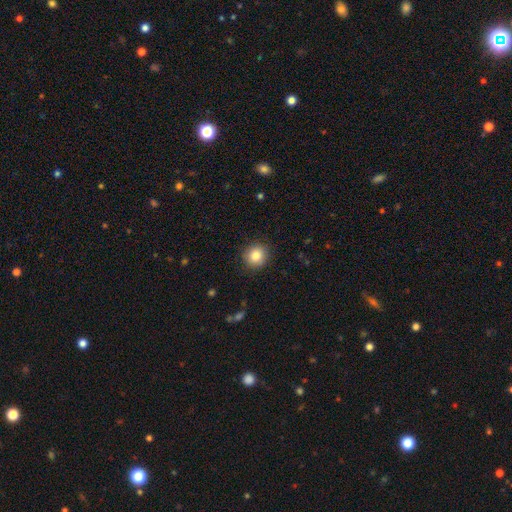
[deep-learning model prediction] A smooth galaxy with no disk features (84%) that is round (90%).

Vote fractions:
- Smooth or featured? smooth: 84% / star or artifact: 9% / featured or disk: 6%
- How rounded? round: 90% / in between: 9% / cigar-shaped: 1%
- Merging? none: 90% / minor disturbance: 7% / major disturbance: 2% / merger: 1%